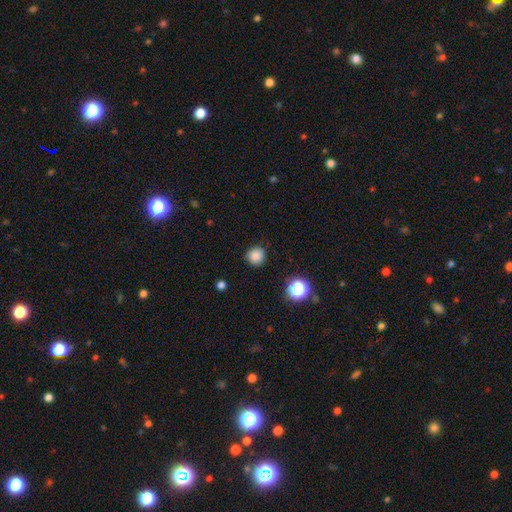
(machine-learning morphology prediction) A smooth galaxy with no disk features (85%) that is round (92%). Merging: none (86%).